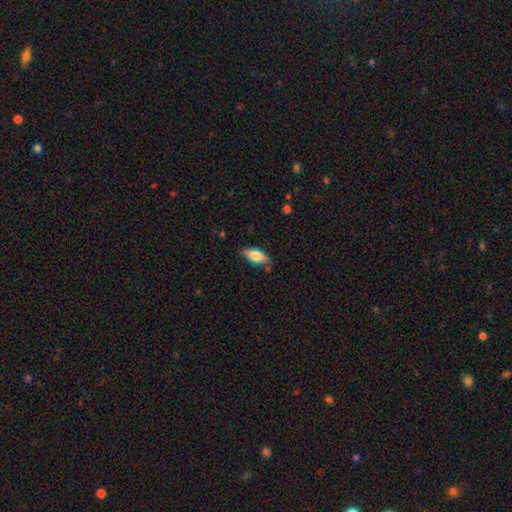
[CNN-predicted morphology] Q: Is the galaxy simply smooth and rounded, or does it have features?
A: smooth — 76%.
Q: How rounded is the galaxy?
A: in between — 82%.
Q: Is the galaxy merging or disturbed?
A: none — 78%.